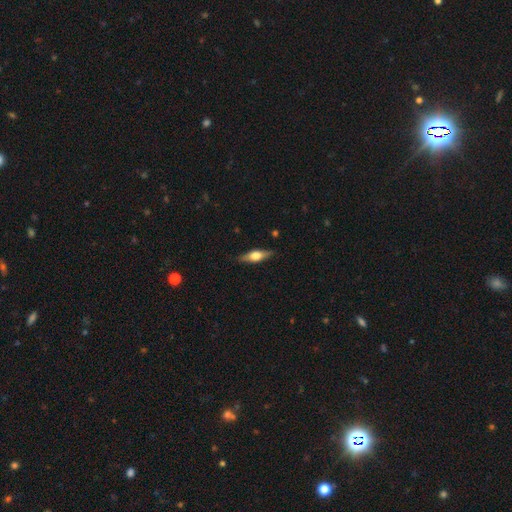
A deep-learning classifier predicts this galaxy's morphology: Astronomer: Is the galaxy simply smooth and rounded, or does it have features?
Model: featured or disk — 55% (runner-up: smooth, 38%).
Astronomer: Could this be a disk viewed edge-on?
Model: yes — 94%.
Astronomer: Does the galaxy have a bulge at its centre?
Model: rounded — 91%.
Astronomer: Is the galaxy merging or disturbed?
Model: none — 86%.